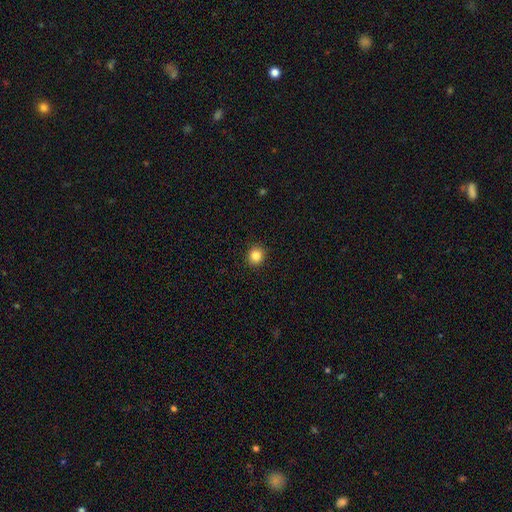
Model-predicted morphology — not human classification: type=smooth (85%); roundness=round (85%); merging=none (92%).